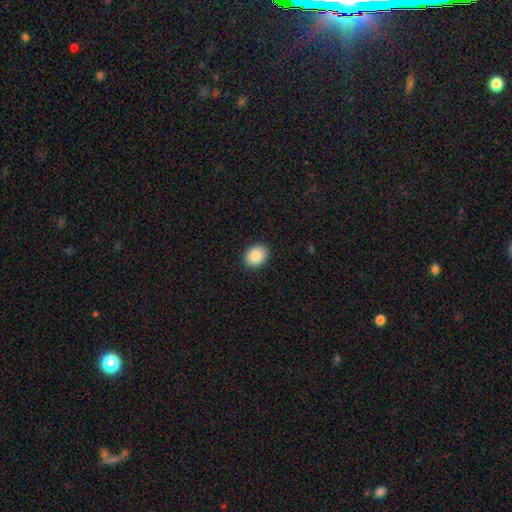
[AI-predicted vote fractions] Overall: smooth (86%). How rounded: in between (53%; round 46%). Merging: none (90%).